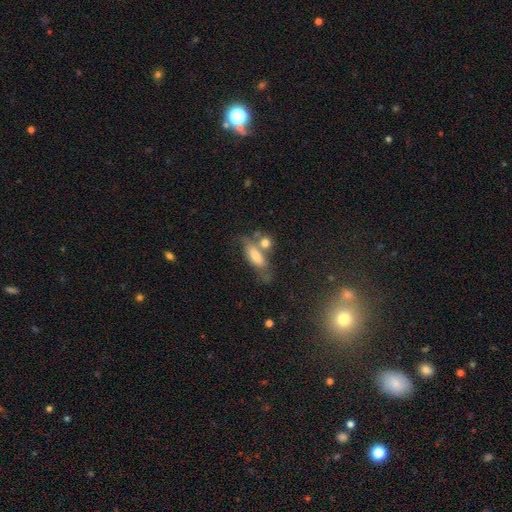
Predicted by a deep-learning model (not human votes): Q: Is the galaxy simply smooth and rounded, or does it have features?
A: smooth — 63%.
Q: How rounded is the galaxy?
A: in between — 65%.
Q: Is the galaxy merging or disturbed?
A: none — 43%.